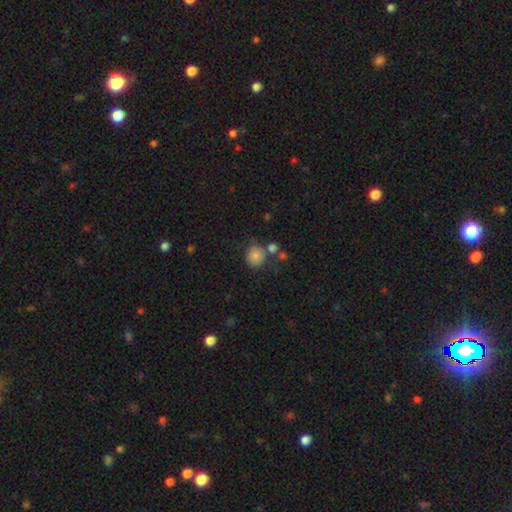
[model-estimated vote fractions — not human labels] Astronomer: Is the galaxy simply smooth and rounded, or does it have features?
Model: smooth — 81%.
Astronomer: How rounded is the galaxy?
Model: round — 87%.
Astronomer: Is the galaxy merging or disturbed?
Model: none — 70%.